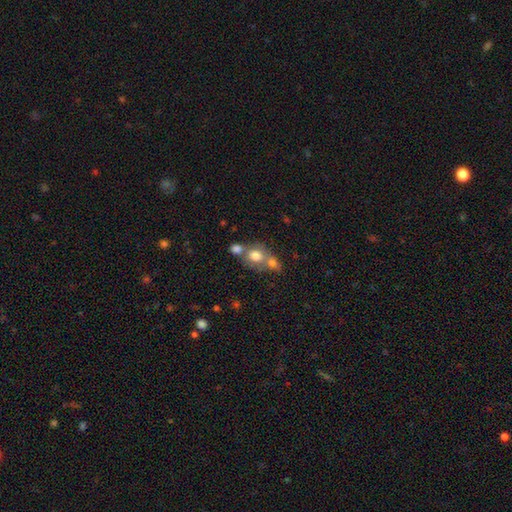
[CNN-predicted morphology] smooth-or-featured: smooth: 73% | featured or disk: 17% | star or artifact: 11%
  how-rounded: round: 61% | in between: 37% | cigar-shaped: 1%
  merging: merger: 53% | none: 31% | minor disturbance: 10% | major disturbance: 6%